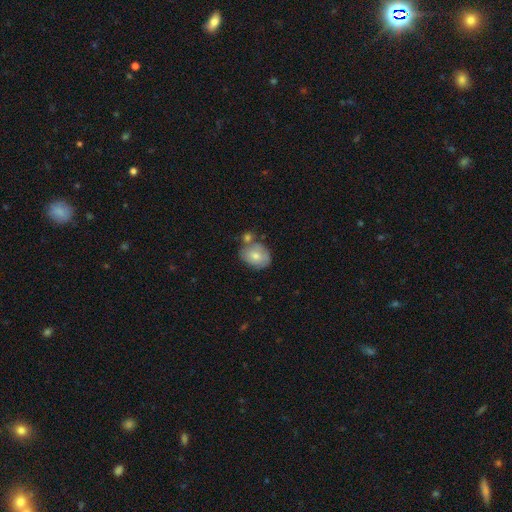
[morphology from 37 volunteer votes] Smooth or featured? smooth (73%)
How rounded? in between (56%)
Merging? none (50%)